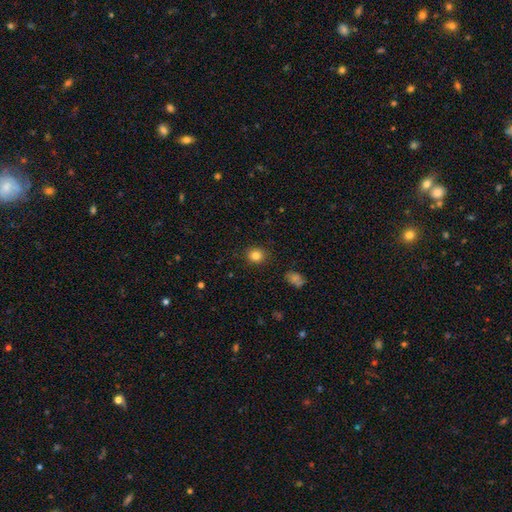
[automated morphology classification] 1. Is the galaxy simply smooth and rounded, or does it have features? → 83% smooth, 12% star or artifact, 6% featured or disk.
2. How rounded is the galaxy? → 82% round, 17% in between, 1% cigar-shaped.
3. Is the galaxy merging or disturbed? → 89% none, 7% minor disturbance, 2% major disturbance, 1% merger.